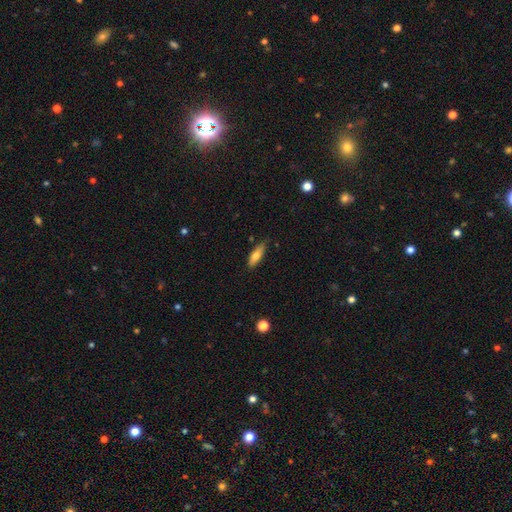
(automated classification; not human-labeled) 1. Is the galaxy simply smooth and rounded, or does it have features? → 73% smooth, 20% featured or disk, 7% star or artifact.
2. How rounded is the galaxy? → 50% in between, 48% cigar-shaped, 2% round.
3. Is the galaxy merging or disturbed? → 79% none, 16% minor disturbance, 3% major disturbance, 2% merger.